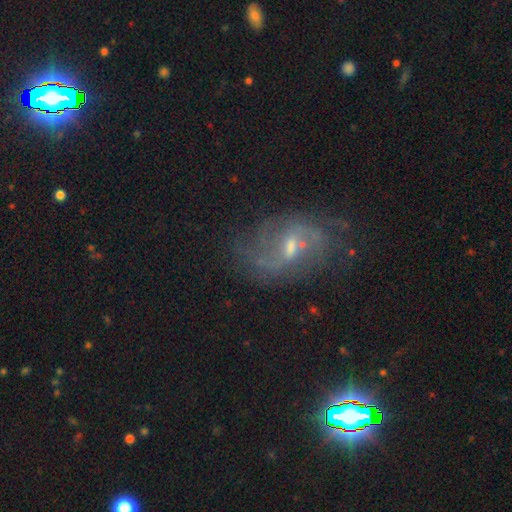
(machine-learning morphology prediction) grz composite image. It shows a featured or disk galaxy (73%) with a weak bar (57%), 2 (64%) loose (52%) spiral arms (87%) and a small central bulge (49%). Merging: none (65%).